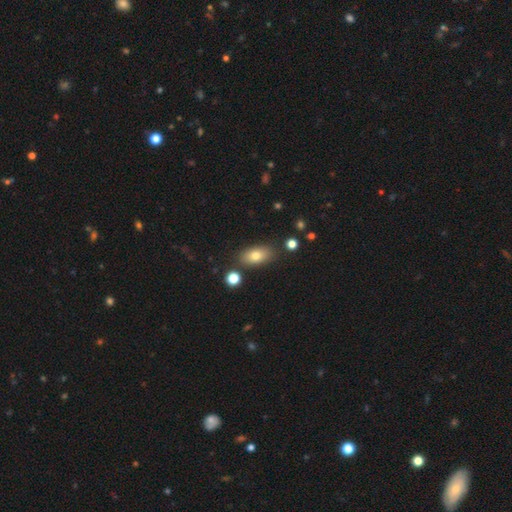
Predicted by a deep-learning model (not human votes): A smooth galaxy with no disk features (78%) that is in between round and cigar-shaped (88%). Merging: none (82%).